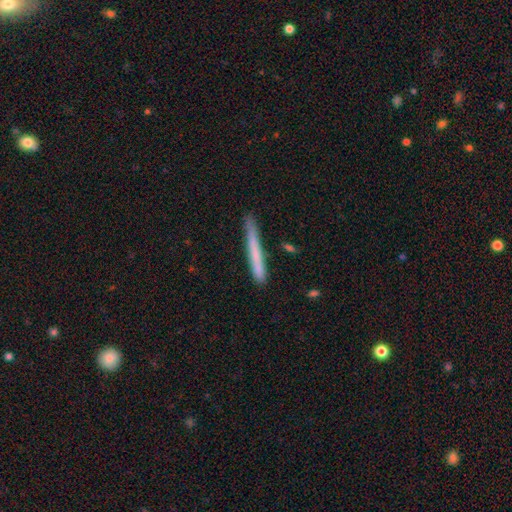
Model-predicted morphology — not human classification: Smooth or featured?
  - smooth: 66% *
  - featured or disk: 27%
  - star or artifact: 6%
How rounded?
  - cigar-shaped: 97% *
  - in between: 2%
  - round: 1%
Merging?
  - none: 85% *
  - minor disturbance: 11%
  - merger: 2%
  - major disturbance: 2%